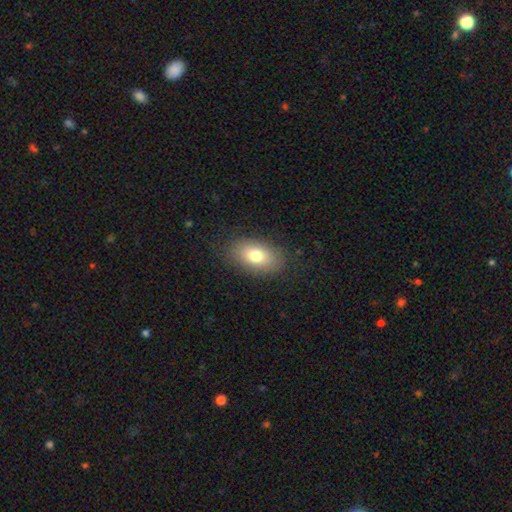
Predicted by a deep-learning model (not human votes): Smooth or featured? Predicted: smooth (p=0.76). How rounded? Predicted: in between (p=0.89). Merging? Predicted: none (p=0.82).